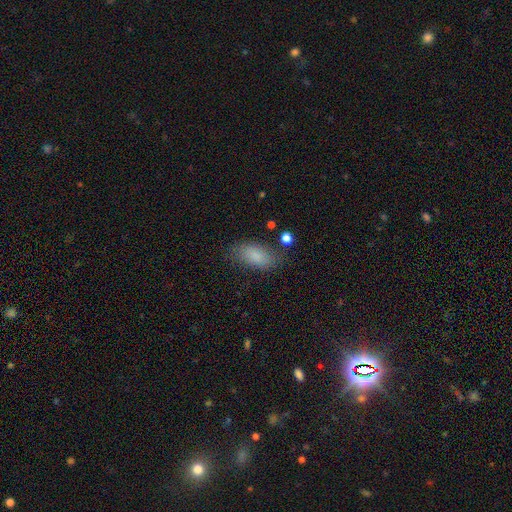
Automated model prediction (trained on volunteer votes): Overall: smooth (84%). How rounded: in between (91%). Merging: none (75%).